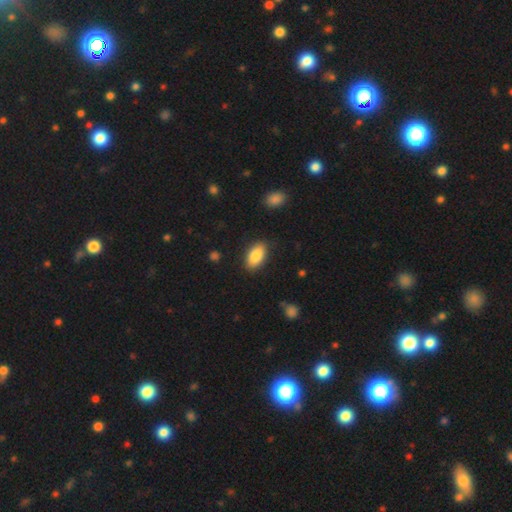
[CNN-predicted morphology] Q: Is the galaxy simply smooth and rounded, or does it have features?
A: smooth — 86%.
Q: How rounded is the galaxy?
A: in between — 92%.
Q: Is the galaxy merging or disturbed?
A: none — 85%.